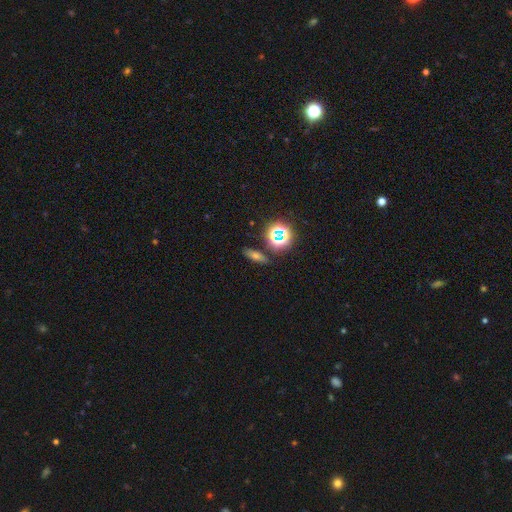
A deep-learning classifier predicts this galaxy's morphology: The model was most divided on "smooth or featured": smooth: 42%, star or artifact: 31%, featured or disk: 27%. More confident: merging — none (84%).